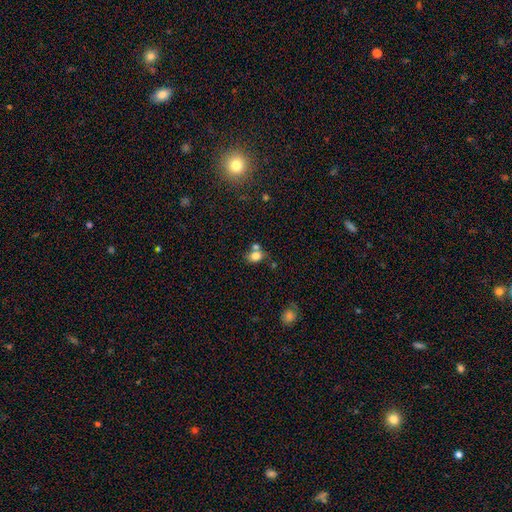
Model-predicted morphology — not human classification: Smooth or featured: smooth — 79% (star or artifact — 12%)
How rounded: in between — 54% (round — 45%)
Merging: none — 51% (merger — 31%)